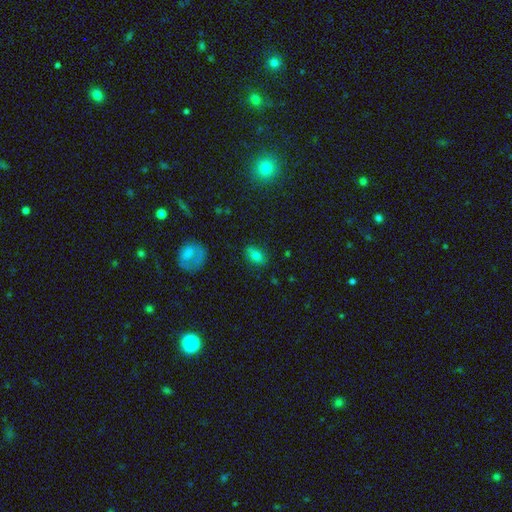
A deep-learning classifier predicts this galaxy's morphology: Smooth or featured: smooth — 78% (star or artifact — 12%)
How rounded: in between — 83% (round — 14%)
Merging: none — 84% (minor disturbance — 12%)